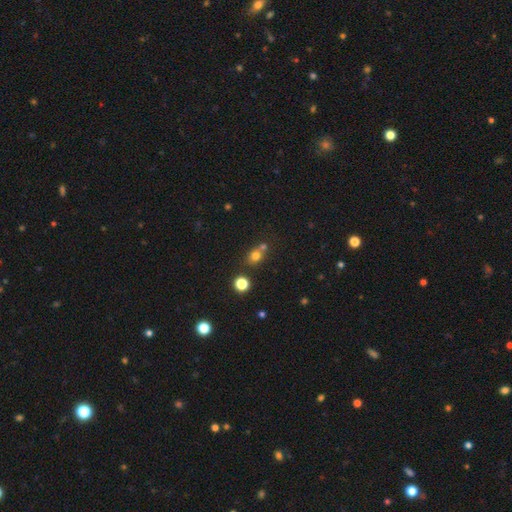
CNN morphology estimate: smooth-or-featured: smooth: 73% | star or artifact: 17% | featured or disk: 10%
  how-rounded: round: 71% | in between: 27% | cigar-shaped: 1%
  merging: none: 51% | merger: 34% | minor disturbance: 11% | major disturbance: 4%